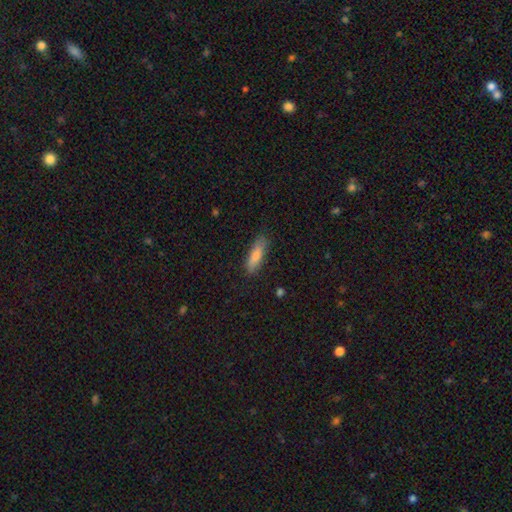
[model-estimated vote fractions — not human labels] This is likely a smooth galaxy (78%). How rounded: likely cigar-shaped (60%). Merging: clearly none (83%).